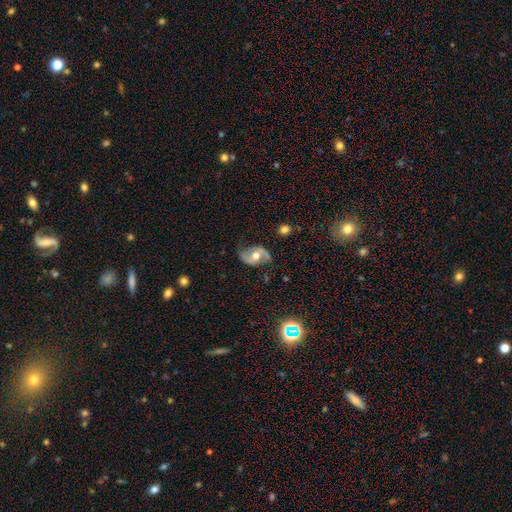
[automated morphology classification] Smooth or featured? Predicted: featured or disk (p=0.80). Edge-on disk? Predicted: no (p=0.96). Bar? Predicted: no (p=0.58). Spiral arms? Predicted: yes (p=0.90). Spiral winding? Predicted: loose (p=0.51). Spiral arm count? Predicted: 2 (p=0.92). Bulge size? Predicted: moderate (p=0.74). Merging? Predicted: none (p=0.74).